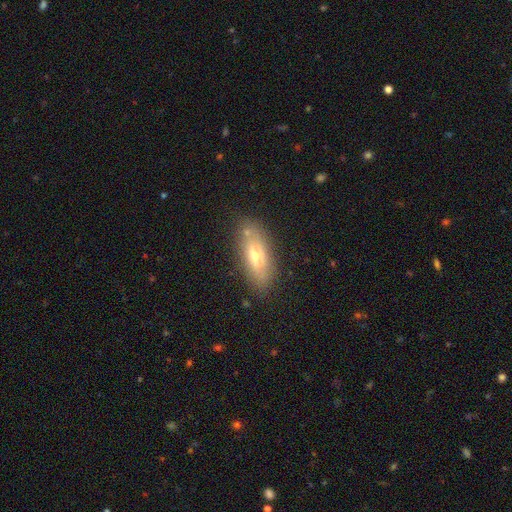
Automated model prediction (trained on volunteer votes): Smooth or featured?
  - smooth: 51% *
  - featured or disk: 40%
  - star or artifact: 9%
How rounded?
  - in between: 63% *
  - cigar-shaped: 33%
  - round: 4%
Merging?
  - none: 80% *
  - minor disturbance: 13%
  - merger: 5%
  - major disturbance: 3%